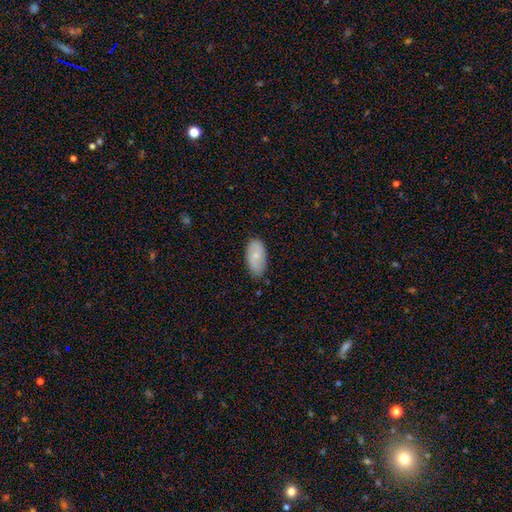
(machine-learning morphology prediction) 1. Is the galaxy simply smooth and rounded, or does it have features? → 75% smooth, 19% featured or disk, 6% star or artifact.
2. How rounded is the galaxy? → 94% in between, 3% cigar-shaped, 3% round.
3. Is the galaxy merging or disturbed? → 71% none, 24% minor disturbance, 3% major disturbance, 1% merger.